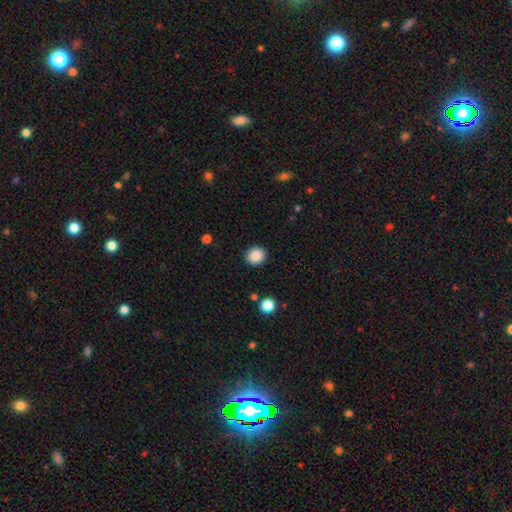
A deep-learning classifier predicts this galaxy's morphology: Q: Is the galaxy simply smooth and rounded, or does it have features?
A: smooth — 87%.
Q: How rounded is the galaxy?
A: round — 81%.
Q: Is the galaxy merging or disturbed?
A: none — 90%.